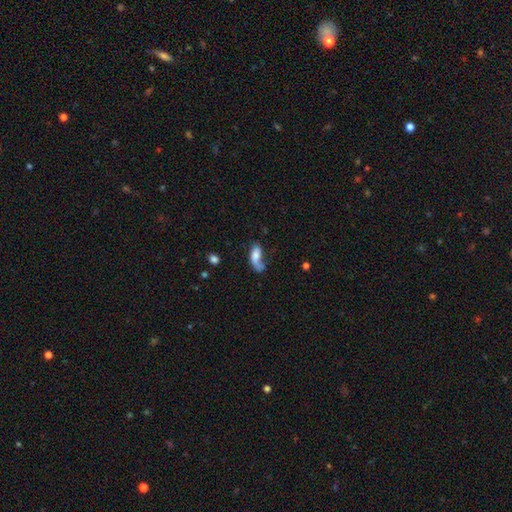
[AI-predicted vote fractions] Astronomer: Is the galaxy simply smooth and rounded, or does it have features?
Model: smooth — 59%.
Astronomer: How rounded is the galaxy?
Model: in between — 76%.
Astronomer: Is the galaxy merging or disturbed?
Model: major disturbance — 34% (runner-up: none, 32%).